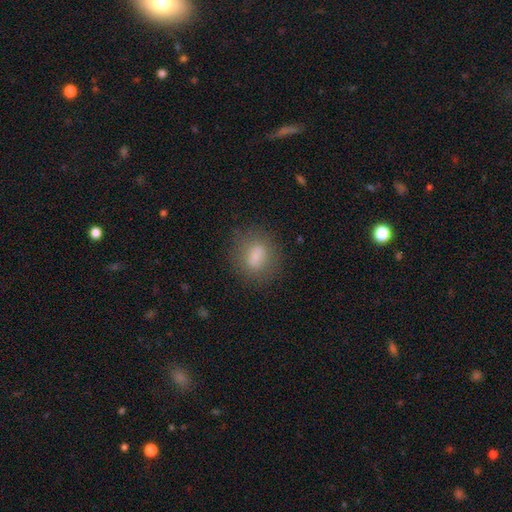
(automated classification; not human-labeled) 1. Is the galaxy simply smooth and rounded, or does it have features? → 75% smooth, 14% featured or disk, 11% star or artifact.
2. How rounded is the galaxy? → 53% in between, 43% round, 4% cigar-shaped.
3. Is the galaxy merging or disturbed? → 80% none, 13% minor disturbance, 5% major disturbance, 2% merger.